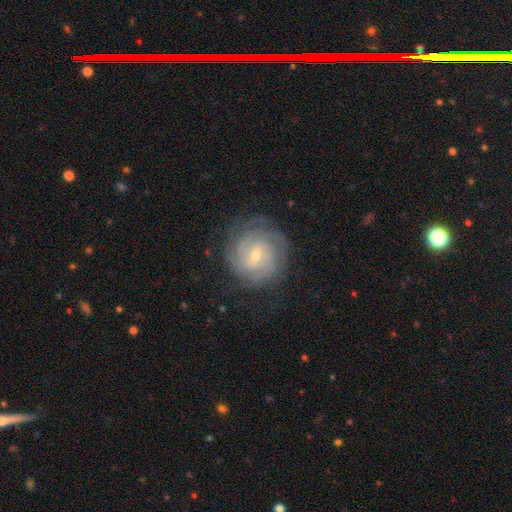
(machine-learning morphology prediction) Q: Smooth or featured?
A: featured or disk (82%); runner-up: smooth (12%)
Q: Edge-on disk?
A: no (97%); runner-up: yes (3%)
Q: Bar?
A: weak (57%); runner-up: no (28%)
Q: Spiral arms?
A: yes (96%); runner-up: no (4%)
Q: Spiral winding?
A: tight (72%); runner-up: medium (23%)
Q: Spiral arm count?
A: can't tell (33%); runner-up: 3 (21%)
Q: Bulge size?
A: small (64%); runner-up: moderate (32%)
Q: Merging?
A: none (78%); runner-up: minor disturbance (14%)